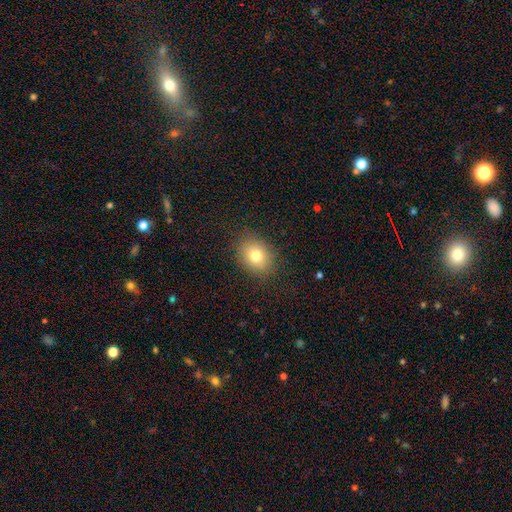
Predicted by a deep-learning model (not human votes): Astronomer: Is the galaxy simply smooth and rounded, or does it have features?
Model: smooth — 77%.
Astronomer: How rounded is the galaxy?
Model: in between — 50% (runner-up: round, 49%).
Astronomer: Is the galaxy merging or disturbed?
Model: none — 86%.